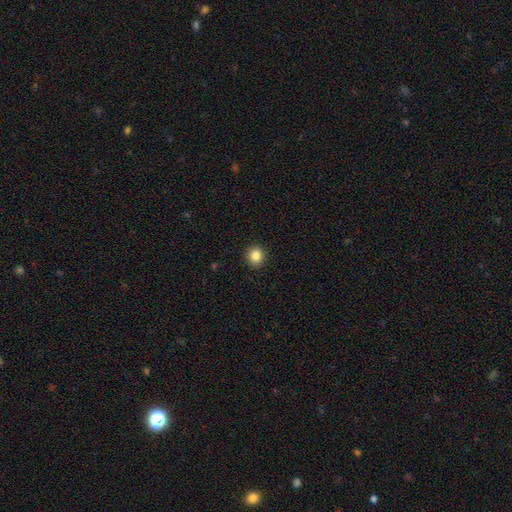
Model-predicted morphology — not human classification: Smooth or featured? Predicted: smooth (p=0.85). How rounded? Predicted: round (p=0.91). Merging? Predicted: none (p=0.93).